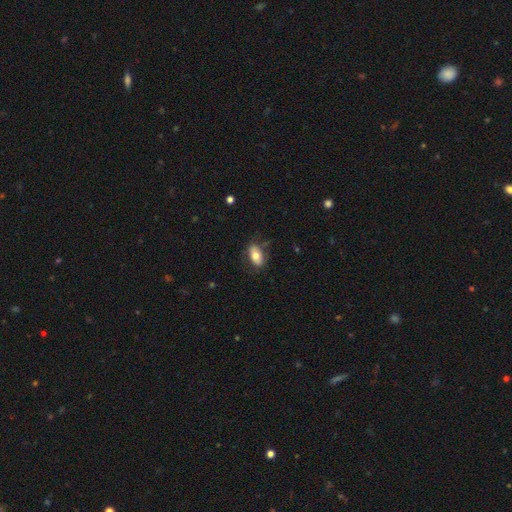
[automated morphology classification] Smooth or featured: smooth — 71% (featured or disk — 22%)
How rounded: in between — 89% (cigar-shaped — 6%)
Merging: none — 73% (minor disturbance — 19%)